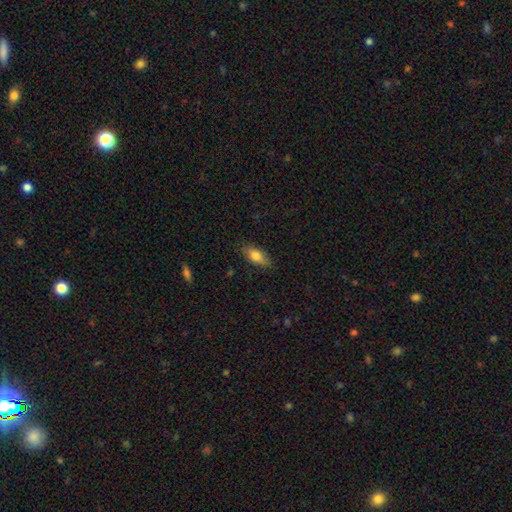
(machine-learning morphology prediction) Q: Smooth or featured?
A: smooth (76%); runner-up: featured or disk (17%)
Q: How rounded?
A: in between (81%); runner-up: cigar-shaped (15%)
Q: Merging?
A: none (83%); runner-up: minor disturbance (14%)